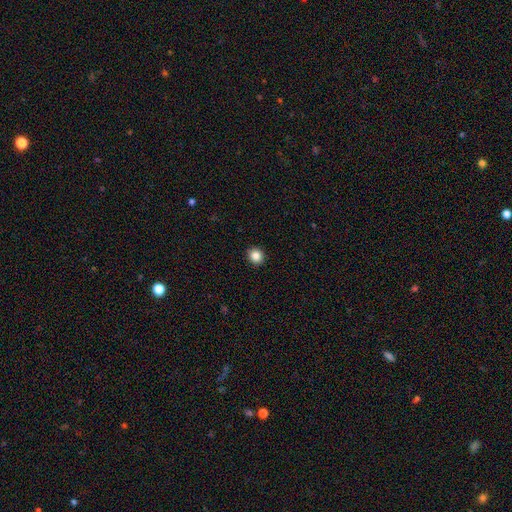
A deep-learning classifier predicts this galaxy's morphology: Q: Smooth or featured?
A: smooth (86%); runner-up: star or artifact (10%)
Q: How rounded?
A: round (88%); runner-up: in between (11%)
Q: Merging?
A: none (93%); runner-up: minor disturbance (5%)